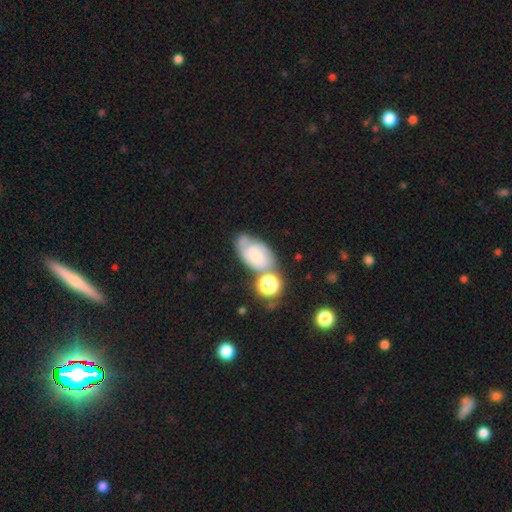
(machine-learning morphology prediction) The model was most divided on "smooth or featured": smooth: 46%, featured or disk: 42%, star or artifact: 12%. Remaining: merging — none (36%).